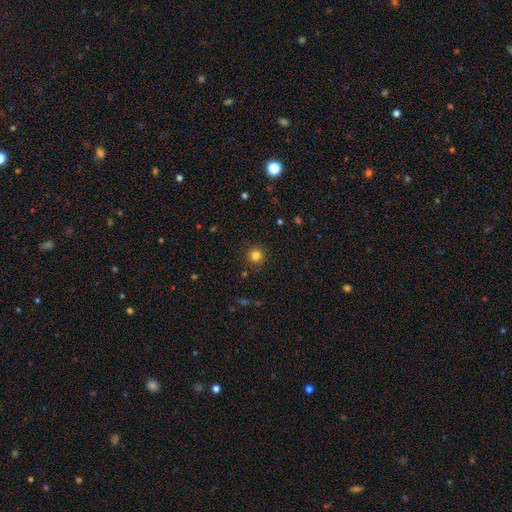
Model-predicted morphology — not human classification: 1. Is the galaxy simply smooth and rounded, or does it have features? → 81% smooth, 14% star or artifact, 5% featured or disk.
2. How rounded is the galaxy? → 95% round, 4% in between, 1% cigar-shaped.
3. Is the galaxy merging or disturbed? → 90% none, 6% minor disturbance, 2% major disturbance, 1% merger.